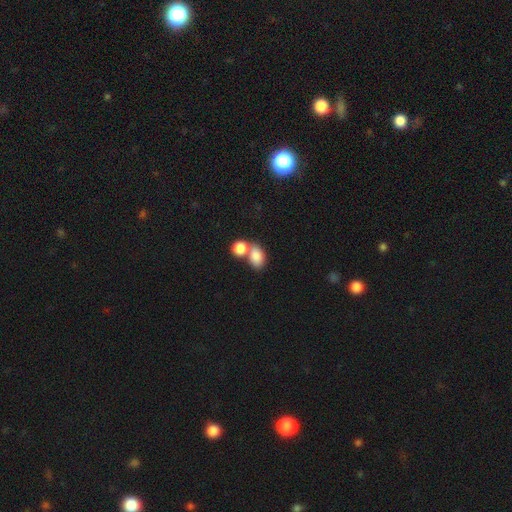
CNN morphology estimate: Smooth or featured? smooth (83%)
How rounded? in between (74%)
Merging? merger (56%)